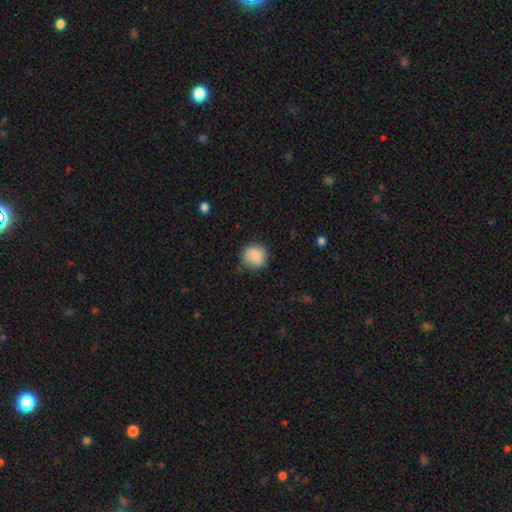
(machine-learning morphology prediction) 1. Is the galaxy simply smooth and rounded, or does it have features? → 81% smooth, 12% featured or disk, 8% star or artifact.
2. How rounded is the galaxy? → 92% round, 7% in between, 1% cigar-shaped.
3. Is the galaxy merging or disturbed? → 82% none, 14% minor disturbance, 3% major disturbance, 1% merger.